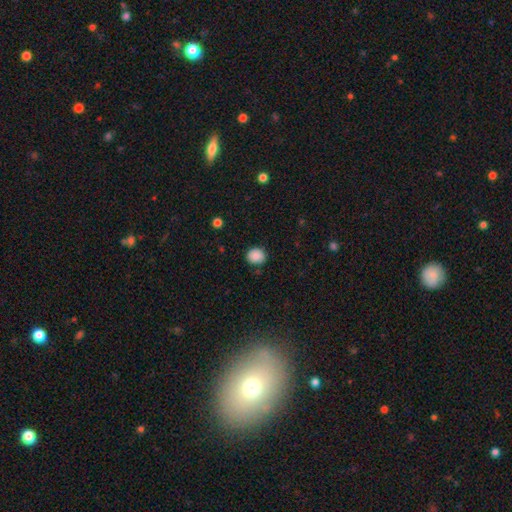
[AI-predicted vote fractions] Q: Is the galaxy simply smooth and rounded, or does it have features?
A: smooth — 87%.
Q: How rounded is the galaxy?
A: round — 76%.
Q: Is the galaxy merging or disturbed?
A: none — 84%.